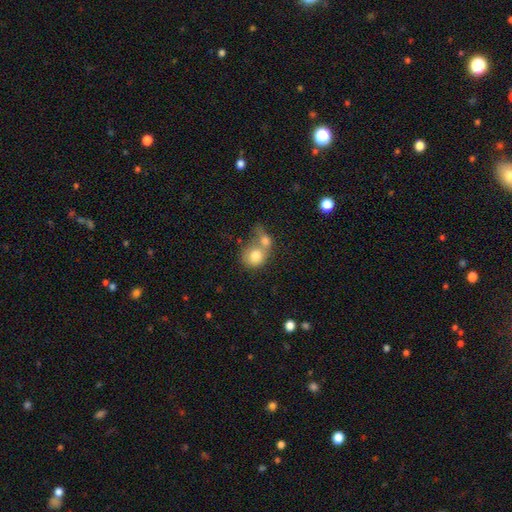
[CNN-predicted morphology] This appears to be a smooth galaxy with no disk features (76%) that is round (70%). Merging: merger (67%).